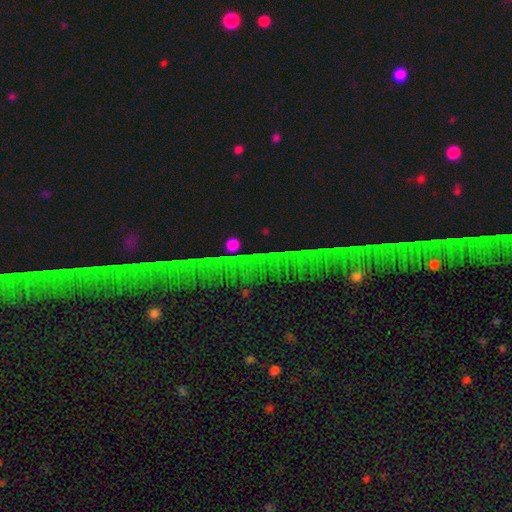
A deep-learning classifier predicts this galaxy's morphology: Q: Smooth or featured?
A: star or artifact (81%); runner-up: featured or disk (11%)